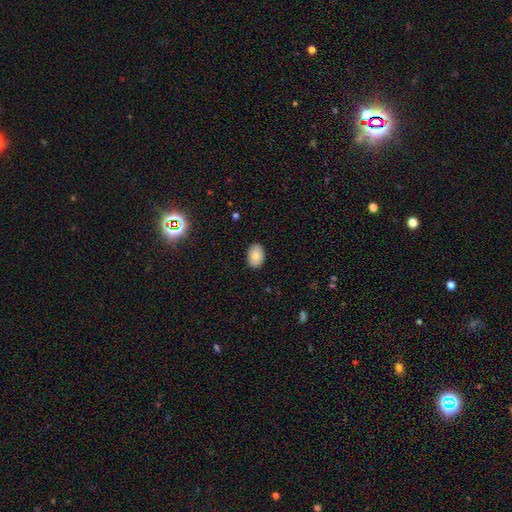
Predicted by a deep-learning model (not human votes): A smooth galaxy with no disk features (85%) that is in between round and cigar-shaped (82%). Merging: none (88%).